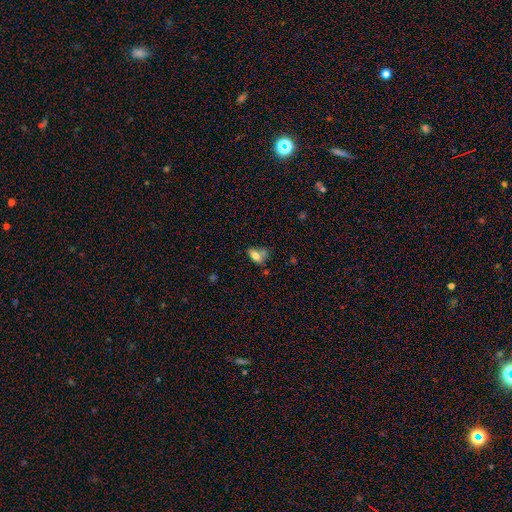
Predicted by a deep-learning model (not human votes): Smooth or featured?
  - smooth: 67% *
  - featured or disk: 21%
  - star or artifact: 12%
How rounded?
  - in between: 78% *
  - round: 16%
  - cigar-shaped: 6%
Merging?
  - none: 39% *
  - minor disturbance: 28%
  - major disturbance: 18%
  - merger: 16%